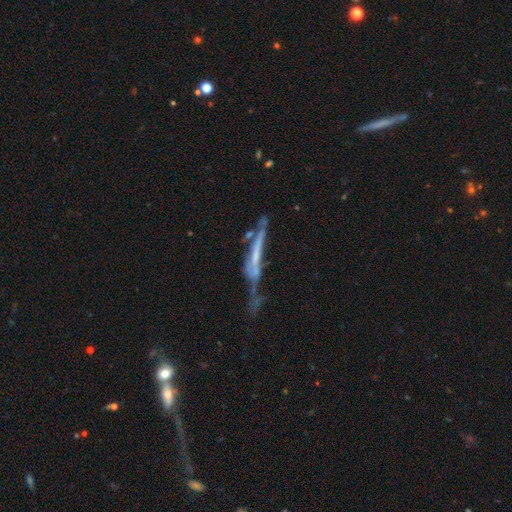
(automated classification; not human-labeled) Smooth or featured: featured or disk — 64% (smooth — 26%)
Edge-on disk: yes — 69% (no — 31%)
Merging: major disturbance — 31% (none — 26%)